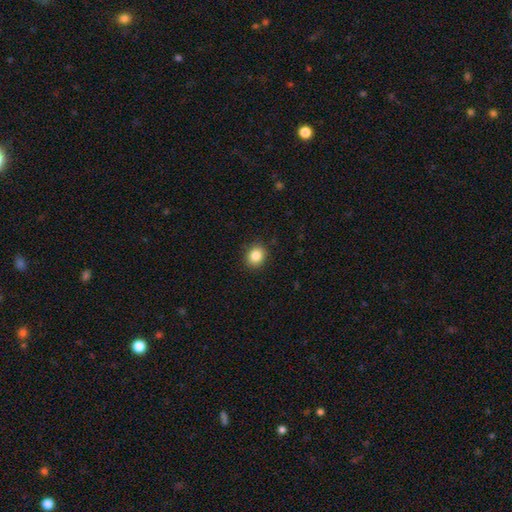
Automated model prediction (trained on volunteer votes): smooth-or-featured: smooth: 85% | star or artifact: 10% | featured or disk: 5%
  how-rounded: round: 74% | in between: 25% | cigar-shaped: 1%
  merging: none: 89% | minor disturbance: 8% | major disturbance: 2% | merger: 1%